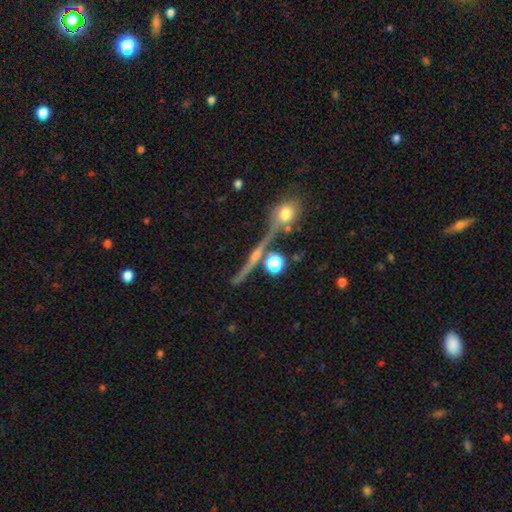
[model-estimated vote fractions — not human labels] Smooth or featured?
  - featured or disk: 53% *
  - star or artifact: 24%
  - smooth: 23%
Edge-on disk?
  - yes: 82% *
  - no: 18%
Merging?
  - none: 66% *
  - merger: 16%
  - minor disturbance: 10%
  - major disturbance: 7%